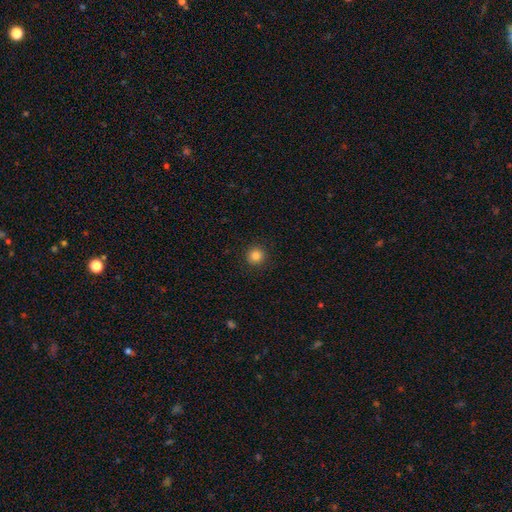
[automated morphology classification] Smooth or featured?
  - smooth: 85% *
  - star or artifact: 11%
  - featured or disk: 4%
How rounded?
  - round: 94% *
  - in between: 5%
  - cigar-shaped: 1%
Merging?
  - none: 92% *
  - minor disturbance: 5%
  - major disturbance: 2%
  - merger: 1%